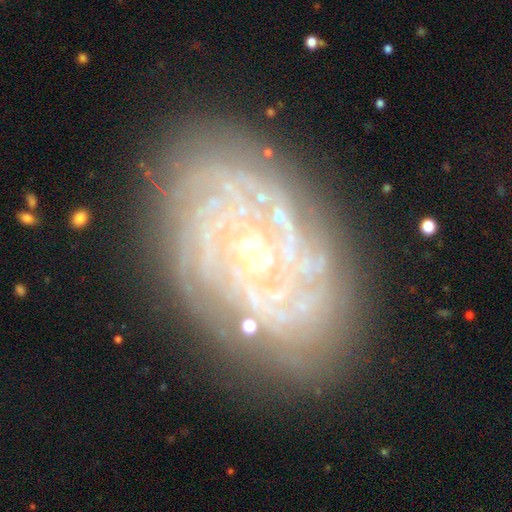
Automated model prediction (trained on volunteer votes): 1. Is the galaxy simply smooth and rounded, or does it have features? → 86% featured or disk, 7% star or artifact, 7% smooth.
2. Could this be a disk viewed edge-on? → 96% no, 4% yes.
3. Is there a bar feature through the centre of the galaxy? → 60% no, 29% weak, 11% strong.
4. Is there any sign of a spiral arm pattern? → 96% yes, 4% no.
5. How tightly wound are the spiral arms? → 79% tight, 17% medium, 4% loose.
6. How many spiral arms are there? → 32% can't tell, 18% more than 4, 16% 4, 14% 3, 13% 2, 7% 1.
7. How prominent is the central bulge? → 49% small, 46% moderate, 3% large, 2% none, 1% dominant.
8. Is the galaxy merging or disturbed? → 80% none, 14% minor disturbance, 5% major disturbance, 2% merger.